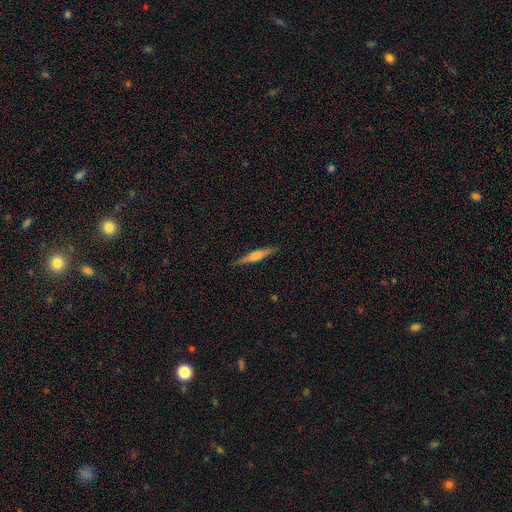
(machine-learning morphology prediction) smooth-or-featured: featured or disk: 65% | smooth: 29% | star or artifact: 6%
  disk-edge-on: yes: 98% | no: 2%
    edge-on-bulge: rounded: 70% | boxy: 20% | none: 10%
  merging: none: 90% | minor disturbance: 7% | major disturbance: 2% | merger: 1%